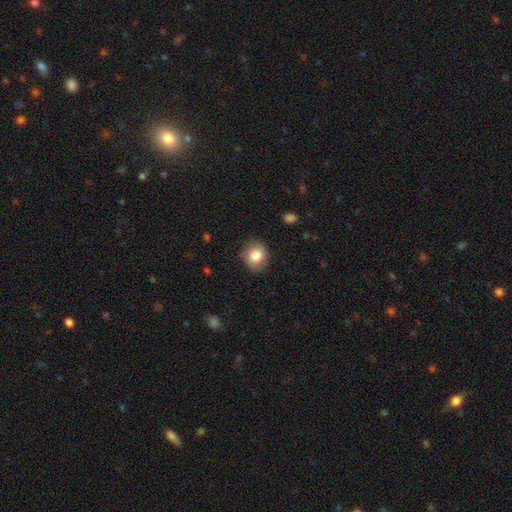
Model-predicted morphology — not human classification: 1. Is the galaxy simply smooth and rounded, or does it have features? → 83% smooth, 9% featured or disk, 9% star or artifact.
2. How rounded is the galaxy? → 71% round, 28% in between, 1% cigar-shaped.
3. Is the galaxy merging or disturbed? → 85% none, 12% minor disturbance, 3% major disturbance, 1% merger.